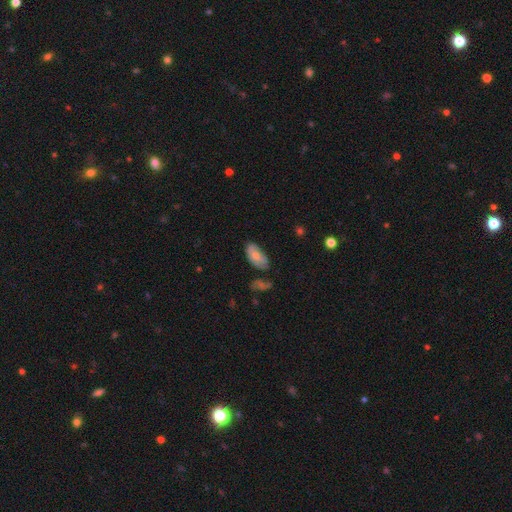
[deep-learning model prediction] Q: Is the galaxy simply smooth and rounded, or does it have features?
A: smooth — 65%.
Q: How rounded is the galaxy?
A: in between — 92%.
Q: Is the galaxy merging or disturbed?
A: none — 55%.